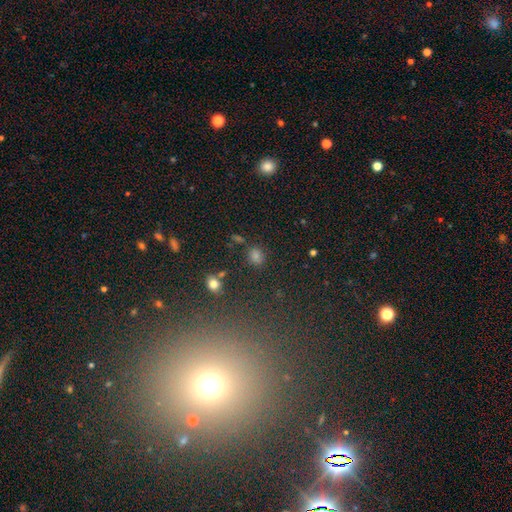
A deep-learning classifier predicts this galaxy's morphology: Smooth or featured? Predicted: smooth (p=0.69). How rounded? Predicted: round (p=0.62). Merging? Predicted: none (p=0.81).